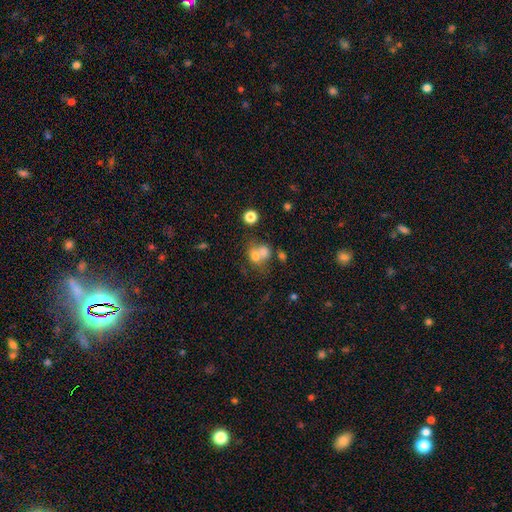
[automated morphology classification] smooth-or-featured: smooth: 67% | featured or disk: 19% | star or artifact: 14%
  how-rounded: round: 64% | in between: 35% | cigar-shaped: 1%
  merging: merger: 61% | none: 25% | minor disturbance: 8% | major disturbance: 6%